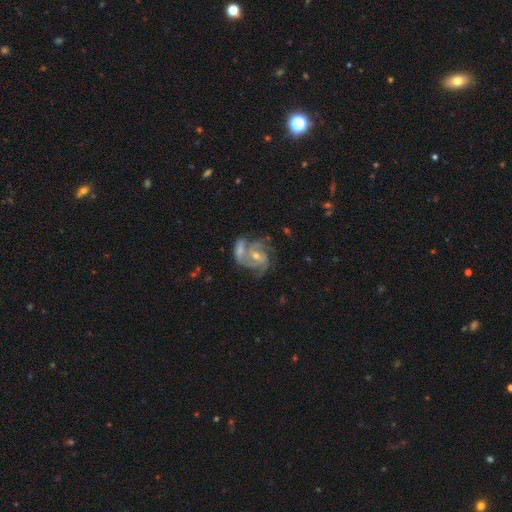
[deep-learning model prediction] This appears to be a featured or disk galaxy (84%) with no bar (50%), 3 (38%) medium (48%) spiral arms (96%) and a moderate central bulge (48%). Merging: none (51%).